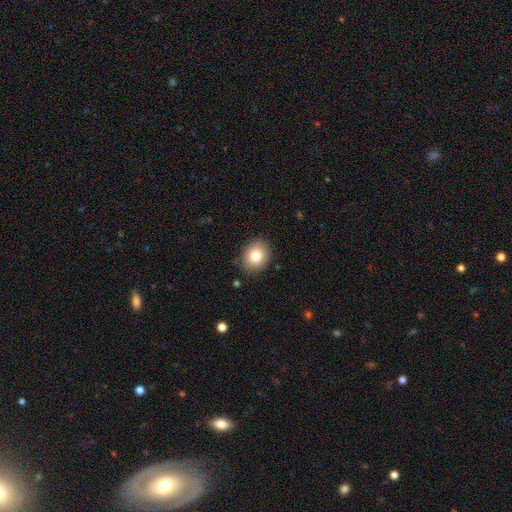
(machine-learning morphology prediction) A smooth galaxy with no disk features (80%) that is round (51%). Merging: none (87%).